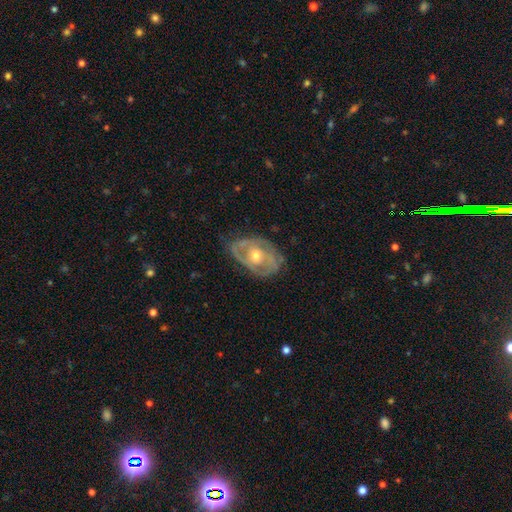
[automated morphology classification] smooth_or_featured: featured or disk (p=0.82) [alt: smooth p=0.12]
disk_edge_on: no (p=0.95) [alt: yes p=0.05]
bar: no (p=0.65) [alt: weak p=0.26]
has_spiral_arms: yes (p=0.83) [alt: no p=0.17]
spiral_winding: tight (p=0.53) [alt: medium p=0.35]
spiral_arm_count: 2 (p=0.50) [alt: can't tell p=0.27]
bulge_size: moderate (p=0.68) [alt: small p=0.28]
merging: none (p=0.69) [alt: minor disturbance p=0.22]